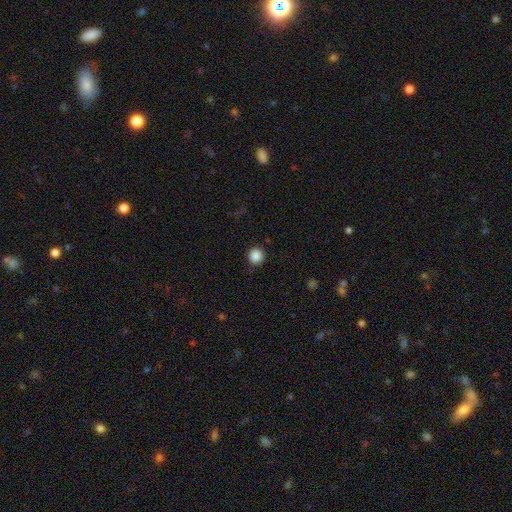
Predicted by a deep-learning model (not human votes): This is clearly a smooth galaxy (87%). How rounded: clearly round (96%). Merging: clearly none (90%).